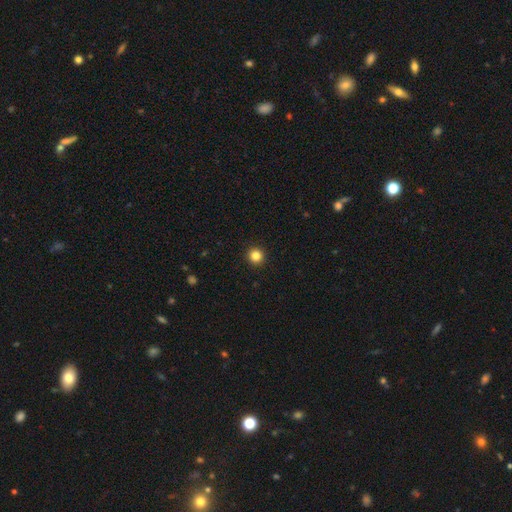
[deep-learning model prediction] Morphology: type=smooth (84%); roundness=round (96%); merging=none (94%).